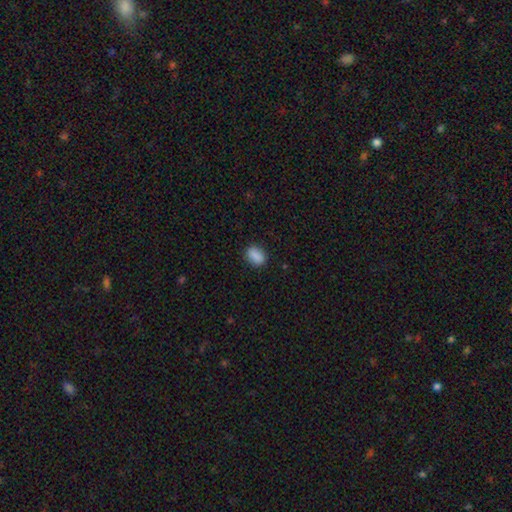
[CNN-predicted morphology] Smooth or featured? Predicted: smooth (p=0.88). How rounded? Predicted: in between (p=0.77). Merging? Predicted: none (p=0.86).